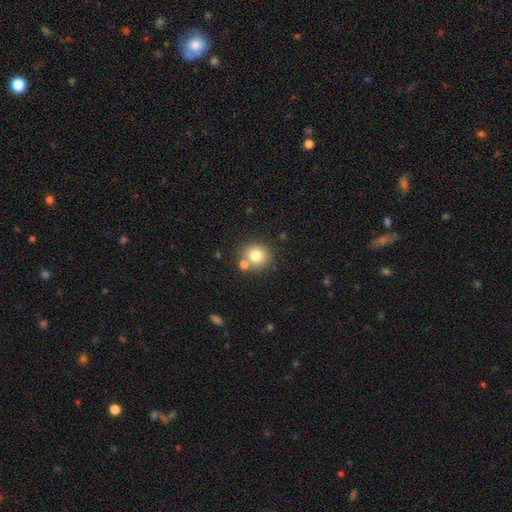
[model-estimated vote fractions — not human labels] smooth-or-featured: smooth: 78% | star or artifact: 11% | featured or disk: 11%
  how-rounded: round: 85% | in between: 15% | cigar-shaped: 1%
  merging: none: 69% | merger: 18% | minor disturbance: 10% | major disturbance: 3%